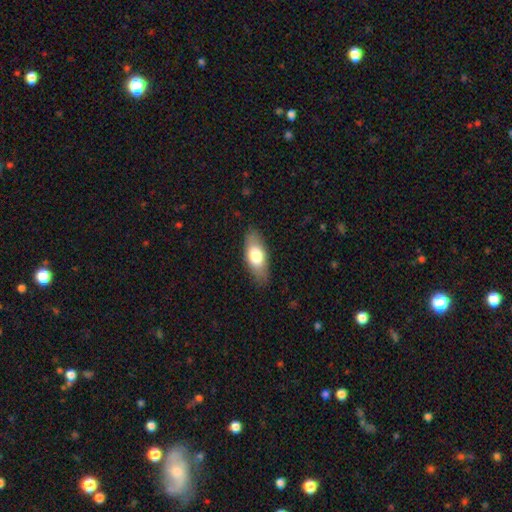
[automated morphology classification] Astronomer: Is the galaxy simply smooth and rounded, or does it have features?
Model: smooth — 72%.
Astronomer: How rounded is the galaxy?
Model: in between — 82%.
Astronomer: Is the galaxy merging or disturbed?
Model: none — 83%.